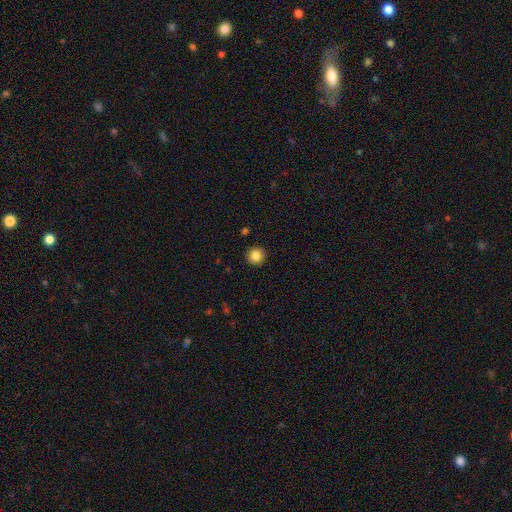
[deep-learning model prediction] A smooth galaxy with no disk features (84%) that is round (94%).

Vote fractions:
- Smooth or featured? smooth: 84% / star or artifact: 10% / featured or disk: 6%
- How rounded? round: 94% / in between: 5% / cigar-shaped: 1%
- Merging? none: 92% / minor disturbance: 5% / major disturbance: 2% / merger: 1%